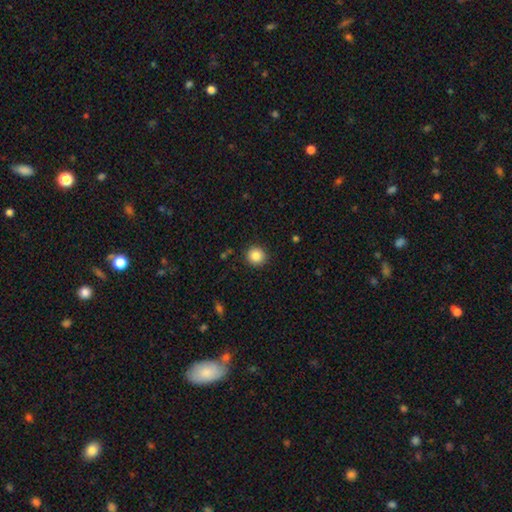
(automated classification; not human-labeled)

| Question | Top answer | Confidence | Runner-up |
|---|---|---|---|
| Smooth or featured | smooth | 87% | star or artifact (9%) |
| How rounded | round | 94% | in between (5%) |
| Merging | none | 91% | minor disturbance (6%) |